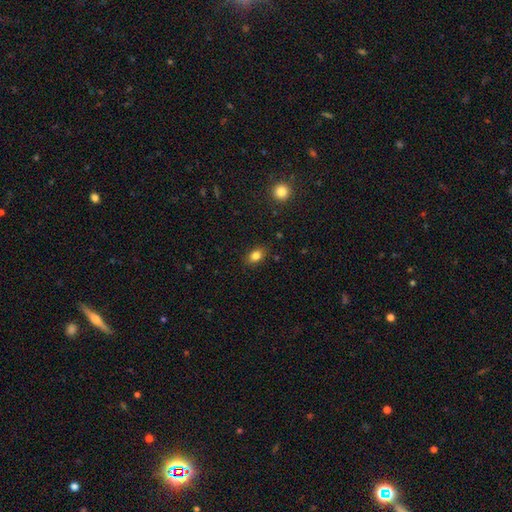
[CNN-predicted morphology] This appears to be a smooth galaxy with no disk features (83%) that is in between round and cigar-shaped (73%). Merging: none (84%).